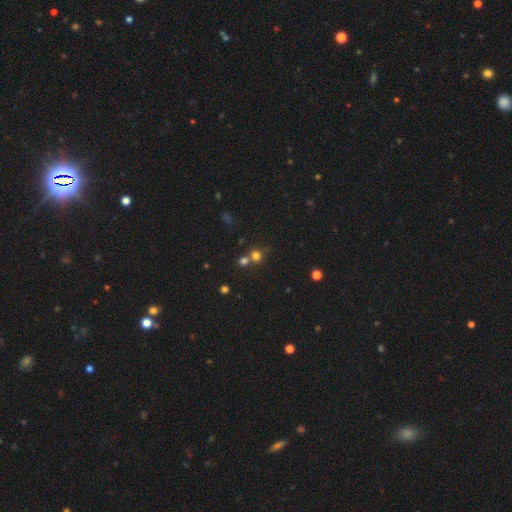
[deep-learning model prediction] smooth-or-featured: smooth: 70% | star or artifact: 21% | featured or disk: 9%
  how-rounded: round: 88% | in between: 11% | cigar-shaped: 1%
  merging: none: 52% | merger: 39% | minor disturbance: 6% | major disturbance: 3%